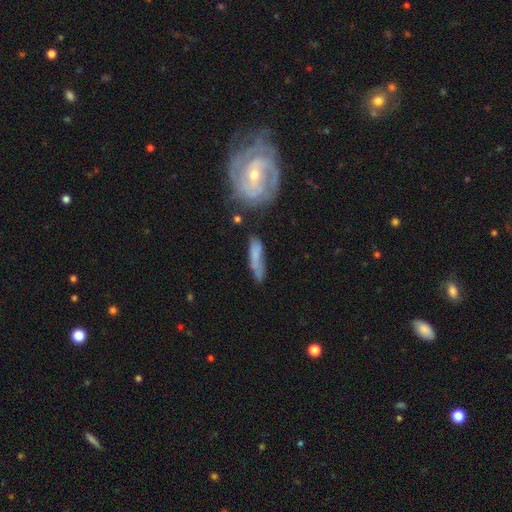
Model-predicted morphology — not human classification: A smooth galaxy with no disk features (59%) that is cigar-shaped (68%). Merging: none (51%).